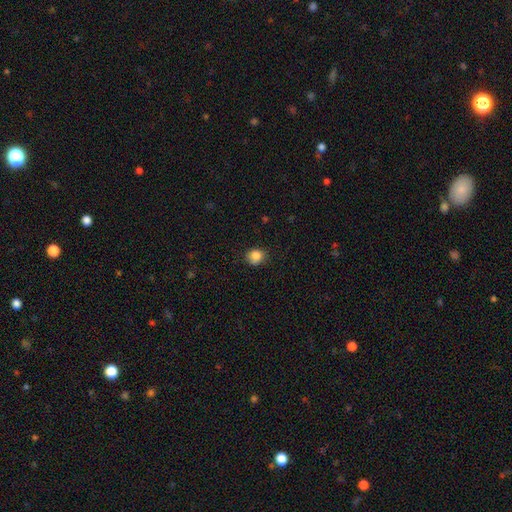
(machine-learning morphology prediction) smooth-or-featured: smooth: 85% | star or artifact: 10% | featured or disk: 5%
  how-rounded: round: 69% | in between: 30% | cigar-shaped: 1%
  merging: none: 78% | minor disturbance: 18% | major disturbance: 3% | merger: 1%